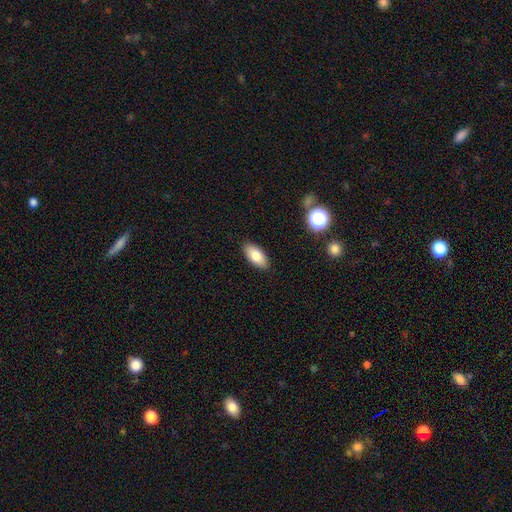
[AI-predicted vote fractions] A smooth galaxy with no disk features (81%) that is in between round and cigar-shaped (91%). Merging: none (89%).